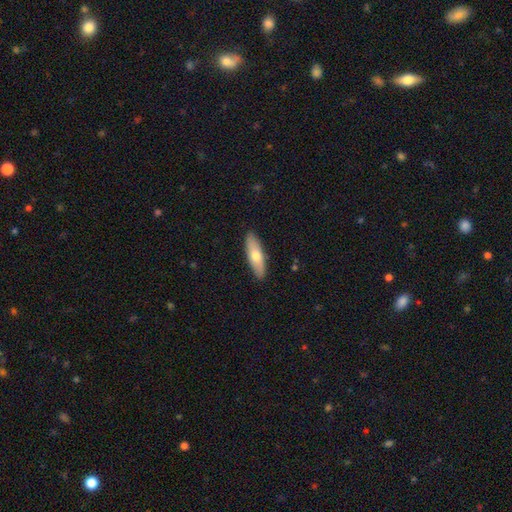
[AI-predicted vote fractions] Smooth or featured? smooth (65%)
How rounded? in between (52%)
Merging? none (89%)